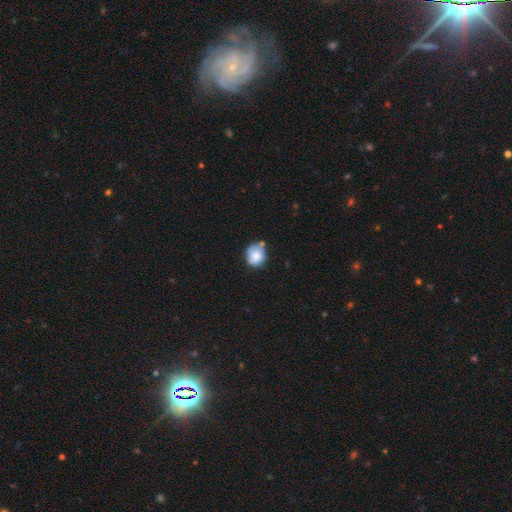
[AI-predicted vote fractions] Q: Smooth or featured?
A: smooth (76%); runner-up: featured or disk (15%)
Q: How rounded?
A: round (66%); runner-up: in between (33%)
Q: Merging?
A: none (51%); runner-up: minor disturbance (29%)